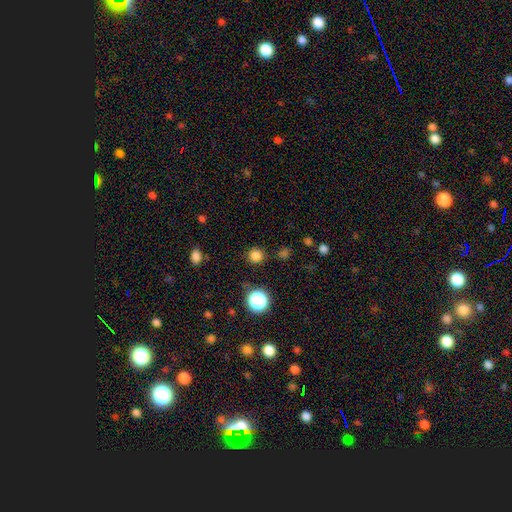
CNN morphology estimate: This appears to be a smooth galaxy with no disk features (80%) that is round (94%). Merging: none (88%).